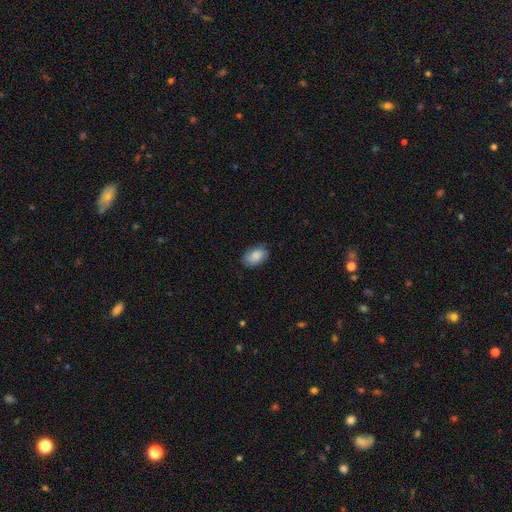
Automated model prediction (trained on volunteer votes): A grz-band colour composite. It shows a smooth galaxy with no disk features (84%) that is in between round and cigar-shaped (90%). Merging: none (80%).